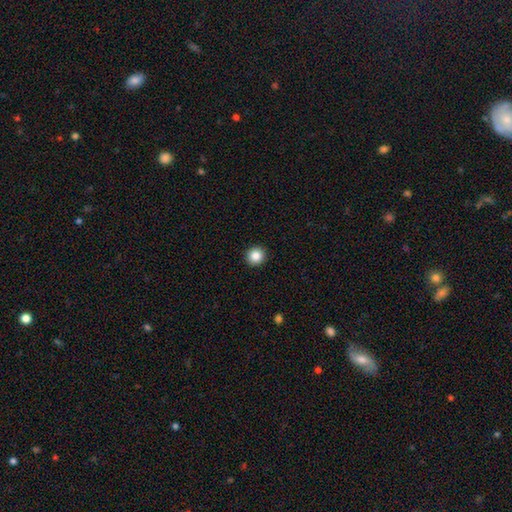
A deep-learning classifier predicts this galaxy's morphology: A smooth galaxy with no disk features (85%) that is round (94%).

Vote fractions:
- Smooth or featured? smooth: 85% / star or artifact: 10% / featured or disk: 5%
- How rounded? round: 94% / in between: 5% / cigar-shaped: 1%
- Merging? none: 93% / minor disturbance: 4% / major disturbance: 1% / merger: 1%